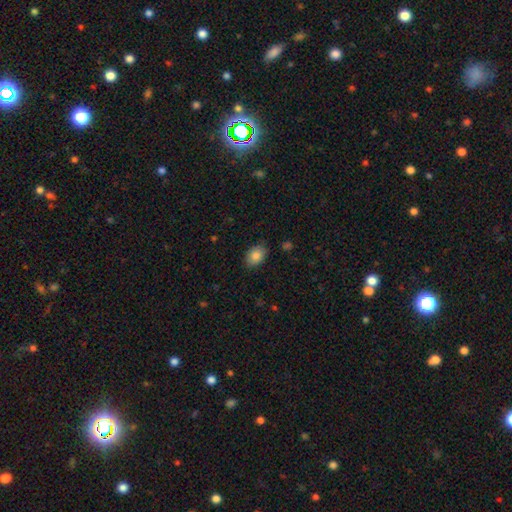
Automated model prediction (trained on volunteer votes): Smooth or featured? Predicted: smooth (p=0.86). How rounded? Predicted: in between (p=0.83). Merging? Predicted: none (p=0.85).